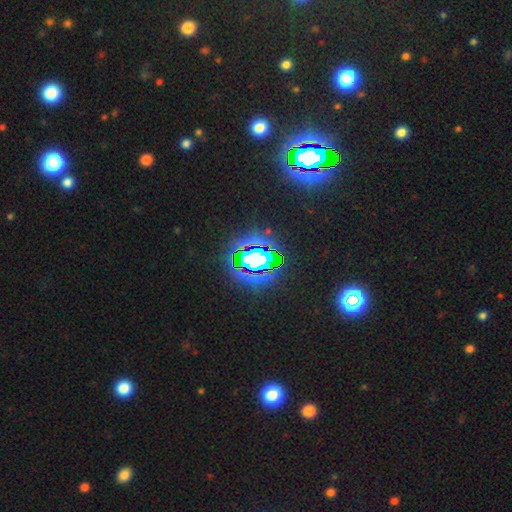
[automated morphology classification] Smooth or featured?
  - star or artifact: 69% *
  - featured or disk: 17%
  - smooth: 15%